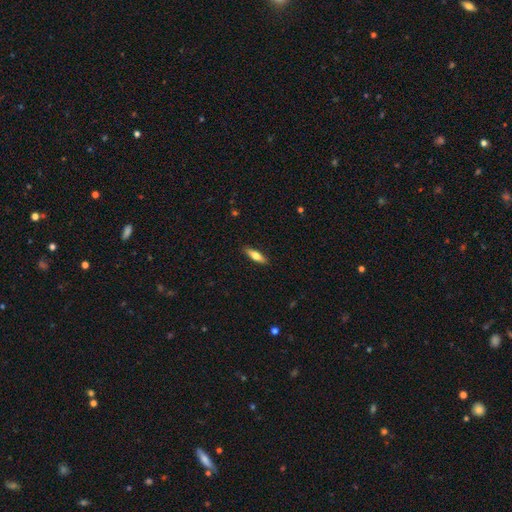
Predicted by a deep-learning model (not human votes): Smooth or featured?
  - smooth: 59% *
  - featured or disk: 35%
  - star or artifact: 6%
How rounded?
  - cigar-shaped: 61% *
  - in between: 37%
  - round: 2%
Merging?
  - none: 90% *
  - minor disturbance: 8%
  - major disturbance: 2%
  - merger: 1%